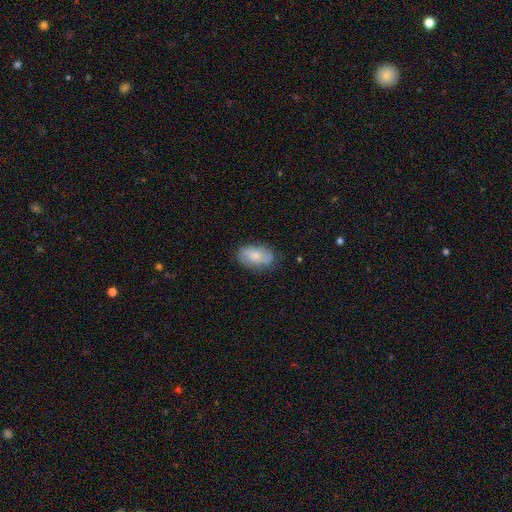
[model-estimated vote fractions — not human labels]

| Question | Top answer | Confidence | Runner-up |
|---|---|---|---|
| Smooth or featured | smooth | 64% | featured or disk (29%) |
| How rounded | in between | 92% | round (6%) |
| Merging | none | 76% | minor disturbance (18%) |